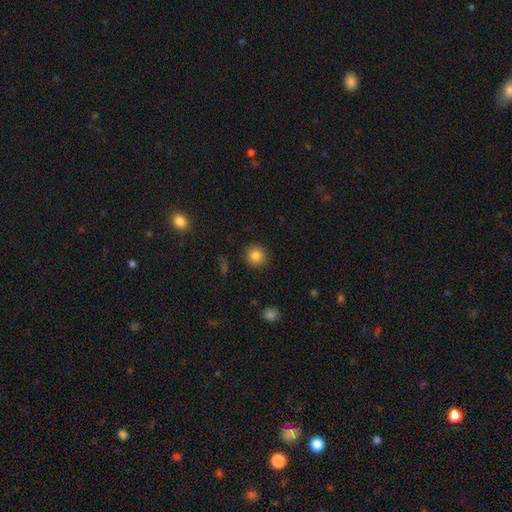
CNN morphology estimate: This is clearly a smooth galaxy (84%). How rounded: clearly round (93%). Merging: clearly none (91%).